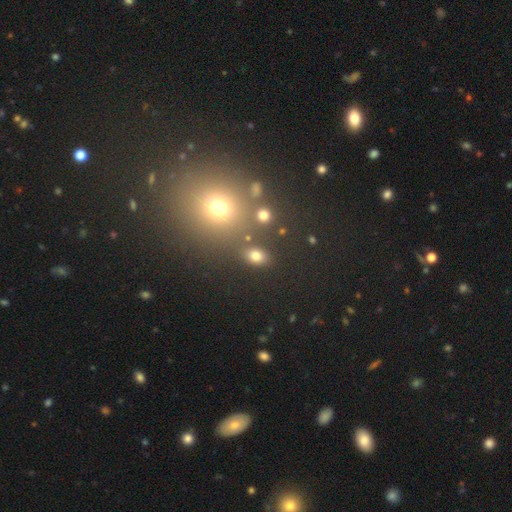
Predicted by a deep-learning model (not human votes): Smooth or featured?
  - smooth: 76% *
  - star or artifact: 16%
  - featured or disk: 8%
How rounded?
  - in between: 71% *
  - round: 27%
  - cigar-shaped: 2%
Merging?
  - none: 78% *
  - minor disturbance: 11%
  - merger: 8%
  - major disturbance: 4%